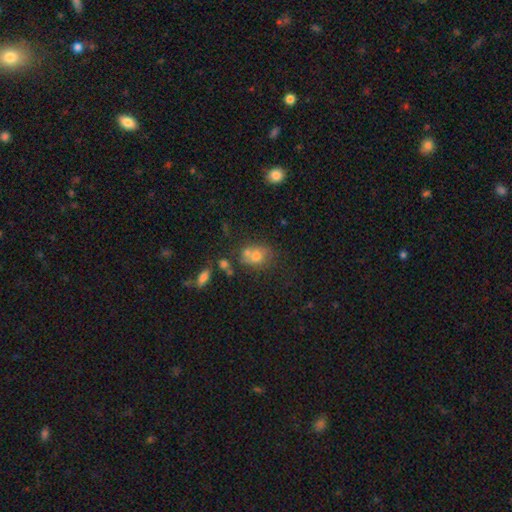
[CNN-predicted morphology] smooth-or-featured: smooth: 67% | featured or disk: 20% | star or artifact: 13%
  how-rounded: round: 54% | in between: 45% | cigar-shaped: 1%
  merging: none: 44% | merger: 36% | minor disturbance: 14% | major disturbance: 6%